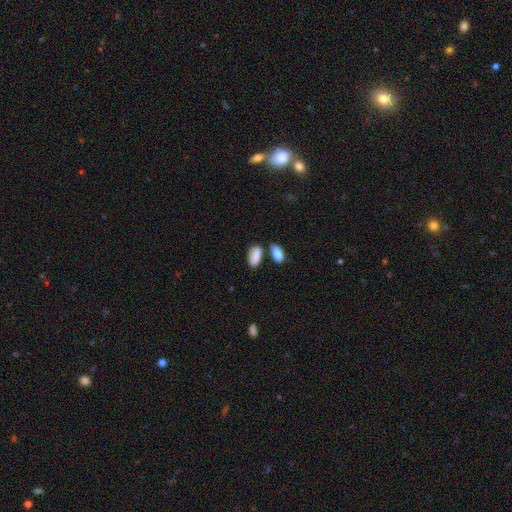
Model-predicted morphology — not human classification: A smooth galaxy with no disk features (87%) that is in between round and cigar-shaped (89%). Merging: none (56%).